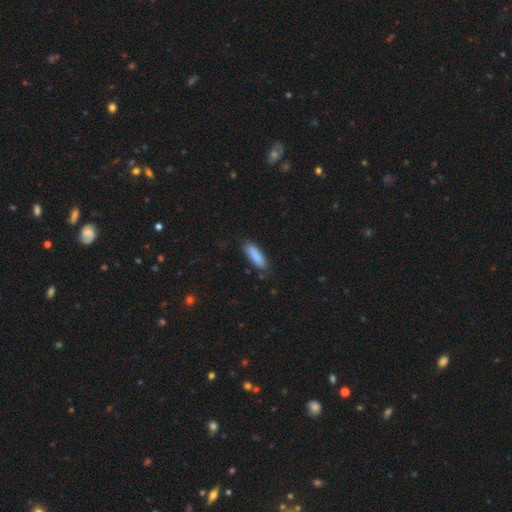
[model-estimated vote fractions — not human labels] This is clearly a smooth galaxy (88%). How rounded: possibly cigar-shaped (58%). Merging: clearly none (81%).